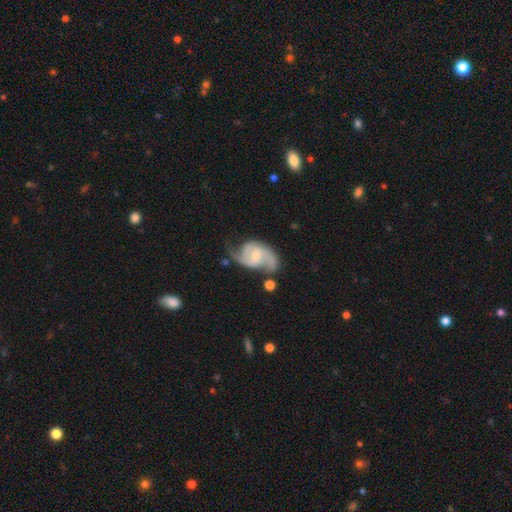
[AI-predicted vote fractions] Smooth or featured? Predicted: featured or disk (p=0.85). Edge-on disk? Predicted: no (p=0.97). Bar? Predicted: no (p=0.49). Spiral arms? Predicted: yes (p=0.96). Spiral winding? Predicted: medium (p=0.50). Spiral arm count? Predicted: 2 (p=0.84). Bulge size? Predicted: small (p=0.58). Merging? Predicted: none (p=0.53).